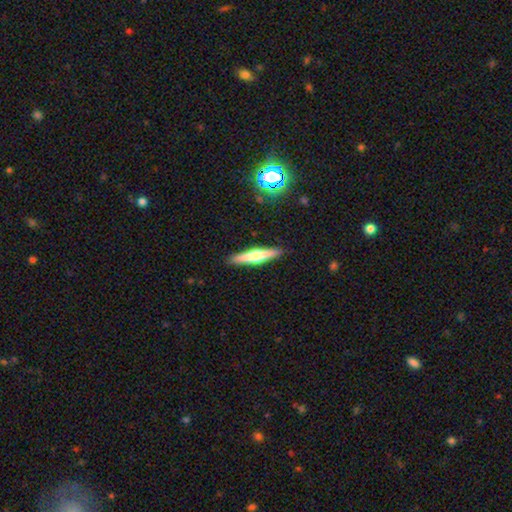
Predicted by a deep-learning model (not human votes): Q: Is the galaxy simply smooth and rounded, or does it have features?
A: featured or disk — 57%.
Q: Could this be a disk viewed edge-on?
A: yes — 96%.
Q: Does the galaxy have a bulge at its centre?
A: rounded — 90%.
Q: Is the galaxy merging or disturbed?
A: none — 90%.